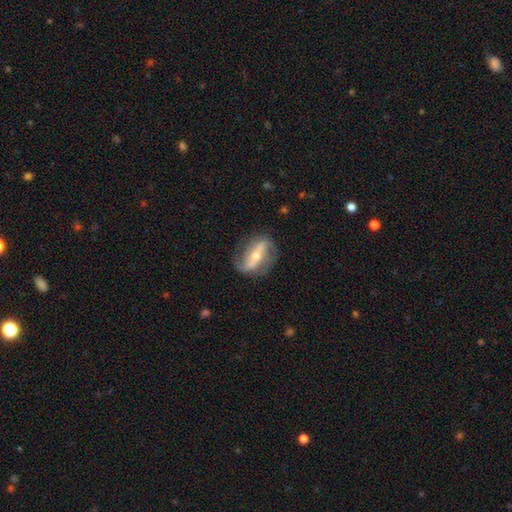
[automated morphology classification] Smooth or featured?
  - featured or disk: 82% *
  - smooth: 12%
  - star or artifact: 6%
Edge-on disk?
  - no: 88% *
  - yes: 12%
Bar?
  - strong: 63% *
  - weak: 21%
  - no: 15%
Spiral arms?
  - yes: 87% *
  - no: 13%
Spiral winding?
  - loose: 56% *
  - medium: 28%
  - tight: 16%
Spiral arm count?
  - 2: 88% *
  - can't tell: 6%
  - 1: 3%
  - 3: 1%
  - 4: 1%
  - more than 4: 1%
Bulge size?
  - moderate: 52% *
  - small: 44%
  - large: 2%
  - none: 1%
  - dominant: 1%
Merging?
  - none: 79% *
  - minor disturbance: 14%
  - major disturbance: 6%
  - merger: 1%